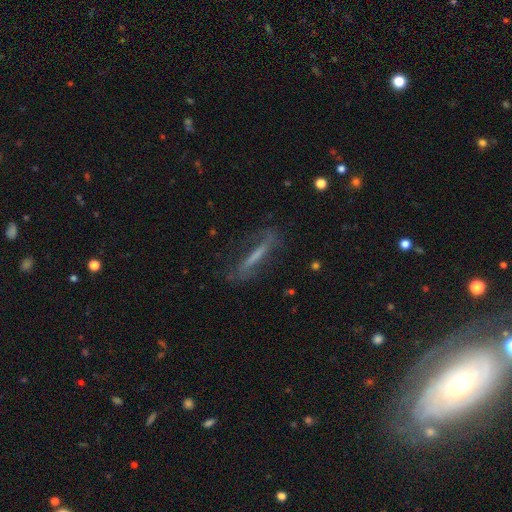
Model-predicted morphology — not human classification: Q: Smooth or featured?
A: featured or disk (53%); runner-up: smooth (37%)
Q: Edge-on disk?
A: yes (60%); runner-up: no (40%)
Q: Merging?
A: none (68%); runner-up: minor disturbance (18%)